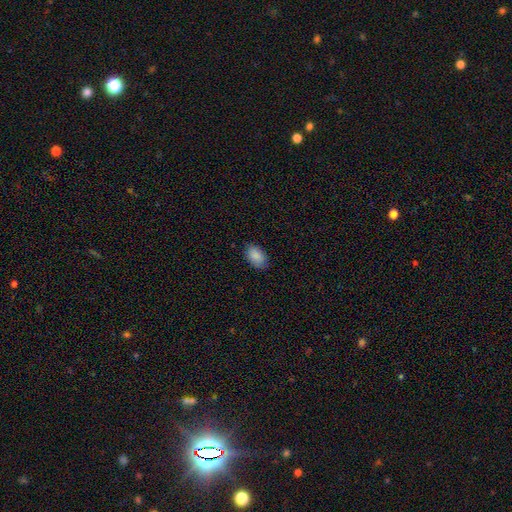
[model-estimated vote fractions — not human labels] smooth_or_featured: smooth (p=0.89) [alt: star or artifact p=0.07]
how_rounded: in between (p=0.91) [alt: round p=0.08]
merging: none (p=0.83) [alt: minor disturbance p=0.13]